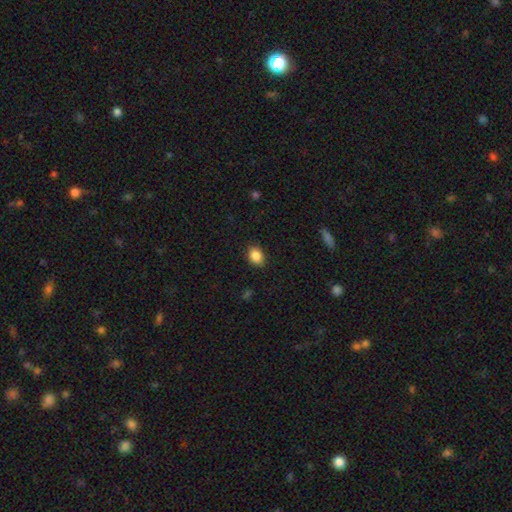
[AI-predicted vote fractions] A smooth galaxy with no disk features (87%) that is in between round and cigar-shaped (65%).

Vote fractions:
- Smooth or featured? smooth: 87% / star or artifact: 9% / featured or disk: 4%
- How rounded? in between: 65% / round: 34% / cigar-shaped: 1%
- Merging? none: 89% / minor disturbance: 8% / major disturbance: 2% / merger: 1%